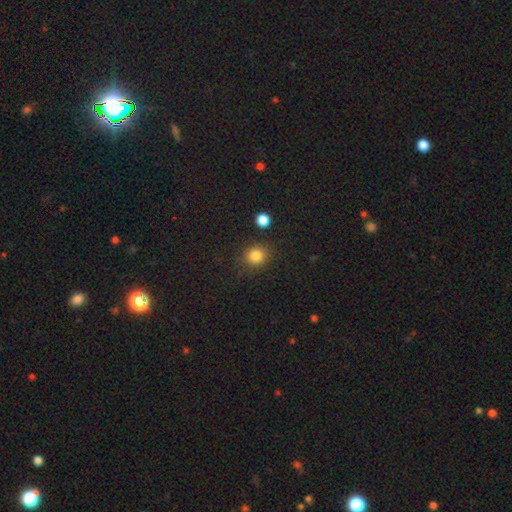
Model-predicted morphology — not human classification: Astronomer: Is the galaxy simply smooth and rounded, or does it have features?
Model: smooth — 83%.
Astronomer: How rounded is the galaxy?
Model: round — 80%.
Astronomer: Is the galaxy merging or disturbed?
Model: none — 83%.